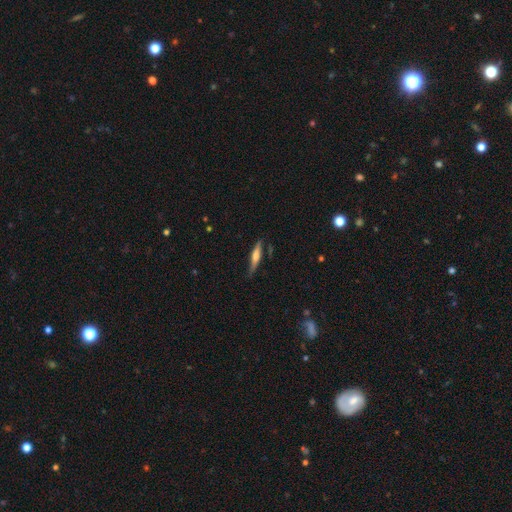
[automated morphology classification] Smooth or featured?
  - featured or disk: 53% *
  - smooth: 41%
  - star or artifact: 6%
Edge-on disk?
  - yes: 93% *
  - no: 7%
Merging?
  - none: 77% *
  - minor disturbance: 18%
  - major disturbance: 3%
  - merger: 2%